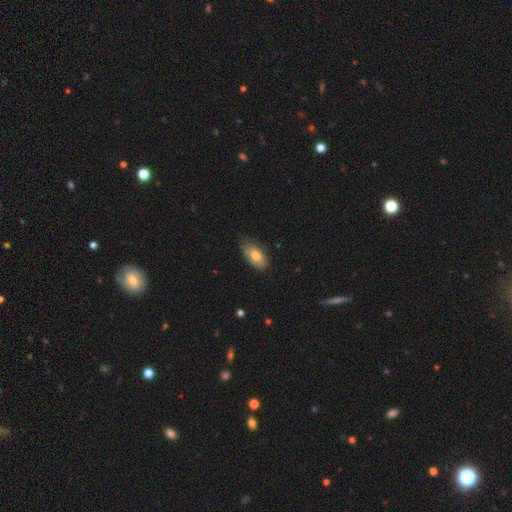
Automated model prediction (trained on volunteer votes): Q: Smooth or featured?
A: smooth (73%); runner-up: featured or disk (21%)
Q: How rounded?
A: in between (92%); runner-up: round (4%)
Q: Merging?
A: none (61%); runner-up: minor disturbance (32%)